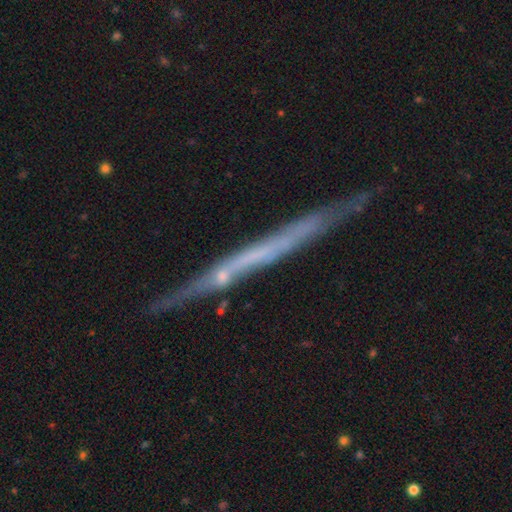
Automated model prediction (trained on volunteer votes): A featured or disk galaxy (64%) viewed edge-on (95%) with no central bulge (88%). Merging: none (83%).